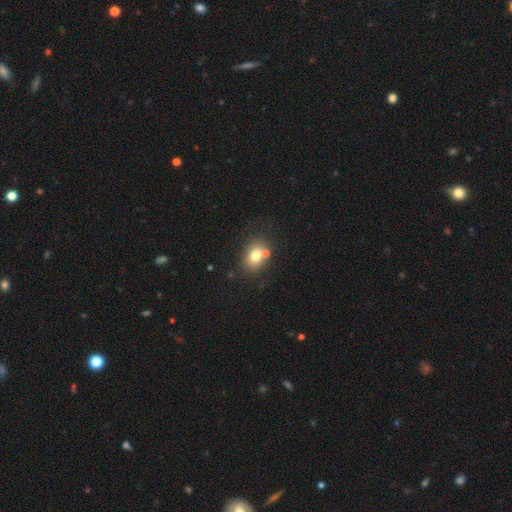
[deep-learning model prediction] Overall: smooth (74%). How rounded: in between (59%; round 40%). Merging: none (66%).